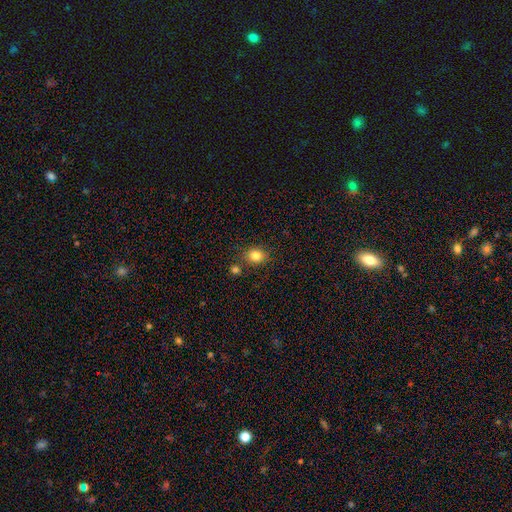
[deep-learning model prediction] This is clearly a smooth galaxy (82%). How rounded: possibly round (58%). Merging: likely none (77%).